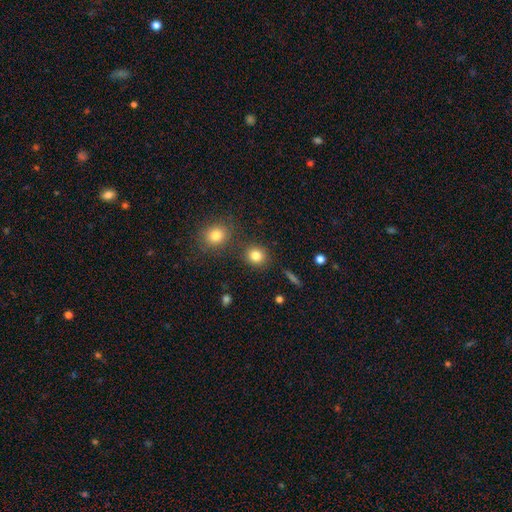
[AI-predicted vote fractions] smooth_or_featured: smooth (p=0.84) [alt: star or artifact p=0.11]
how_rounded: round (p=0.80) [alt: in between p=0.19]
merging: none (p=0.82) [alt: minor disturbance p=0.08]